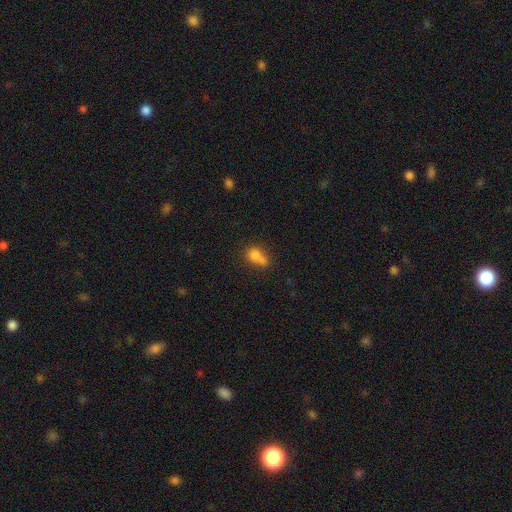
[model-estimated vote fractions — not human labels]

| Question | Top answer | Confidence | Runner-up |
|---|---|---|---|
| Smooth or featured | smooth | 73% | featured or disk (15%) |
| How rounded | in between | 48% | round (47%) |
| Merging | merger | 42% | none (31%) |